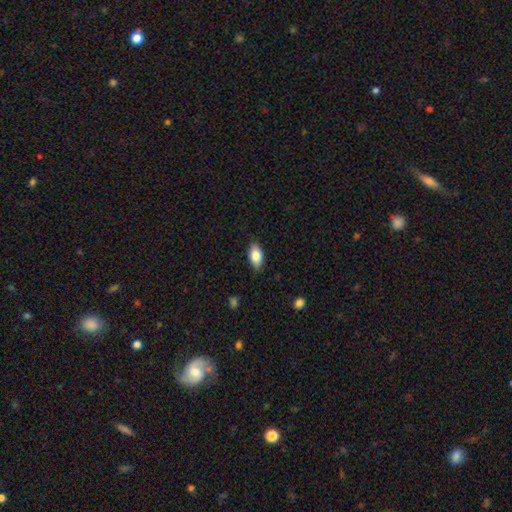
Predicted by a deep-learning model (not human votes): This is likely a smooth galaxy (79%). How rounded: clearly in between (90%). Merging: clearly none (86%).